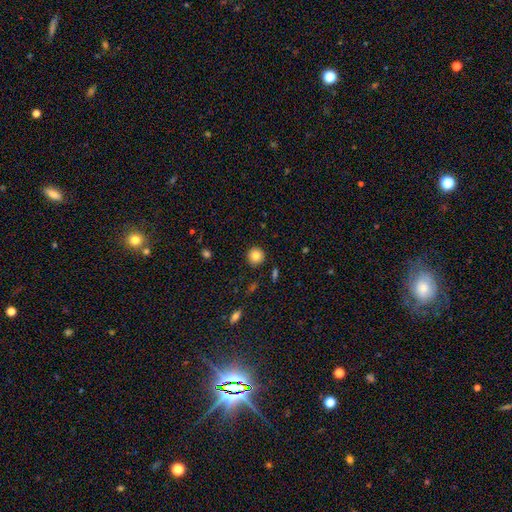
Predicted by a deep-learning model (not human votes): smooth-or-featured: smooth: 83% | star or artifact: 10% | featured or disk: 7%
  how-rounded: round: 93% | in between: 6% | cigar-shaped: 1%
  merging: none: 90% | minor disturbance: 6% | major disturbance: 2% | merger: 2%